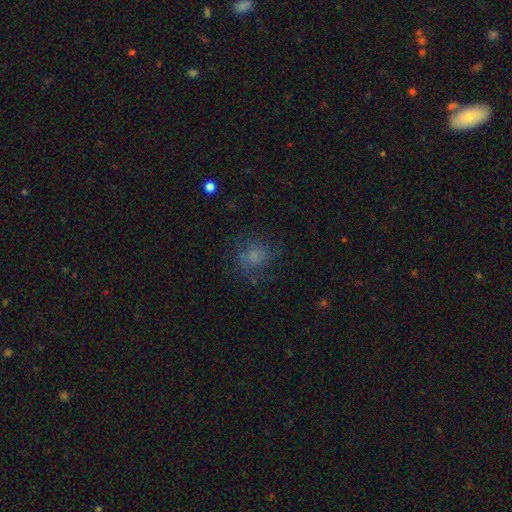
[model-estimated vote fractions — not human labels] This is likely a smooth galaxy (60%). How rounded: likely round (71%). Merging: possibly none (59%).